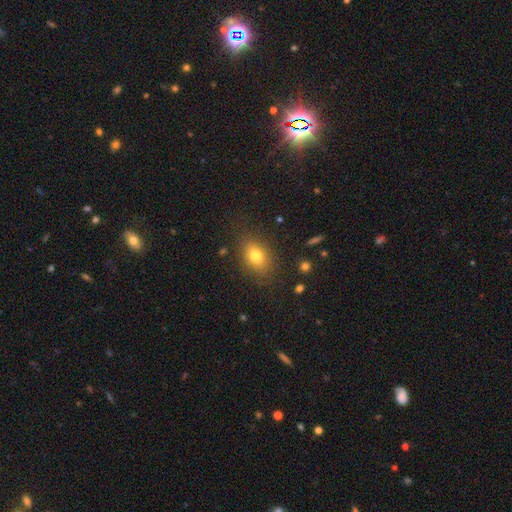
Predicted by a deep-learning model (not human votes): A smooth galaxy with no disk features (76%) that is in between round and cigar-shaped (76%).

Vote fractions:
- Smooth or featured? smooth: 76% / featured or disk: 12% / star or artifact: 12%
- How rounded? in between: 76% / round: 21% / cigar-shaped: 2%
- Merging? none: 81% / minor disturbance: 13% / major disturbance: 5% / merger: 2%